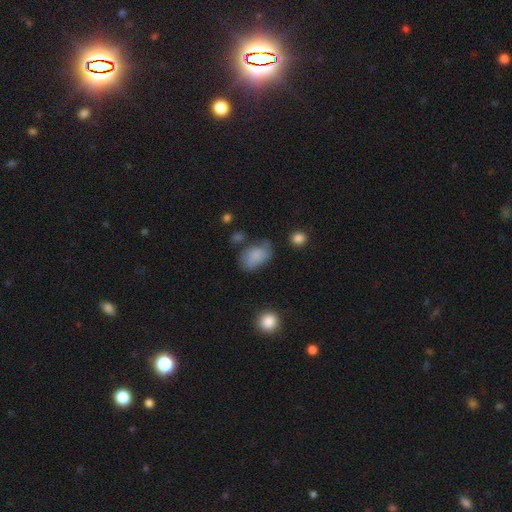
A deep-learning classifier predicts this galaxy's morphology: Overall: smooth (75%). How rounded: in between (86%). Merging: none (45%; minor disturbance 32%).